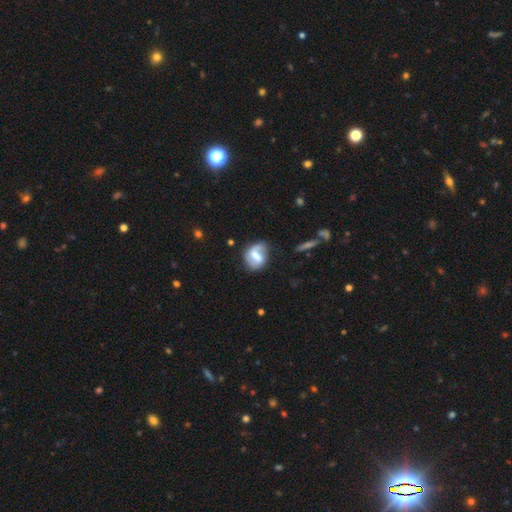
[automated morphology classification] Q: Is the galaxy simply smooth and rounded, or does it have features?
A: featured or disk — 53%.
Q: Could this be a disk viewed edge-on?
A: no — 96%.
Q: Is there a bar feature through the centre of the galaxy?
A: weak — 43%.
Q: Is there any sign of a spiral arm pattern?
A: yes — 70%.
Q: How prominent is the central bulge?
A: moderate — 43%.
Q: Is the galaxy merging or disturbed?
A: none — 55%.